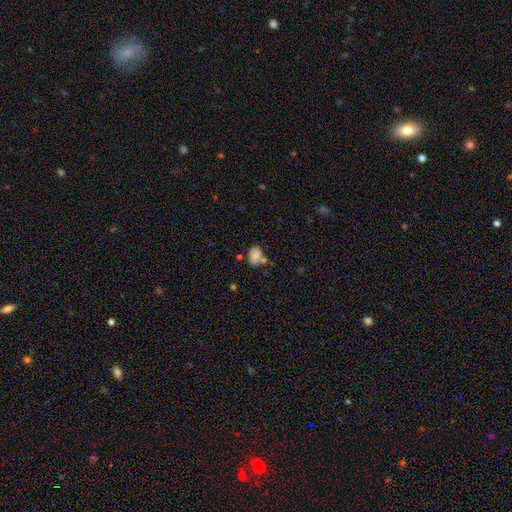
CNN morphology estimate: type=smooth (79%); roundness=in between (62%); merging=none (50%).